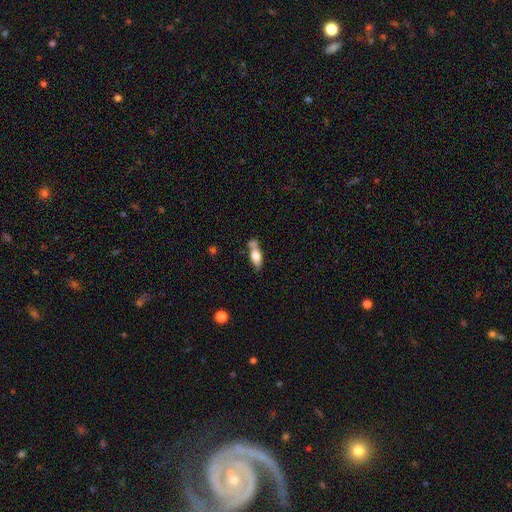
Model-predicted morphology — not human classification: smooth-or-featured: smooth: 68% | featured or disk: 24% | star or artifact: 7%
  how-rounded: in between: 65% | cigar-shaped: 32% | round: 3%
  merging: none: 47% | merger: 26% | minor disturbance: 19% | major disturbance: 7%